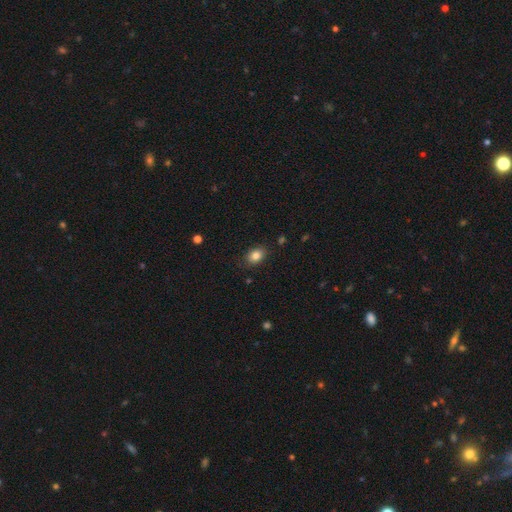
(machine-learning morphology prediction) This is clearly a smooth galaxy (84%). How rounded: likely in between (73%). Merging: clearly none (83%).